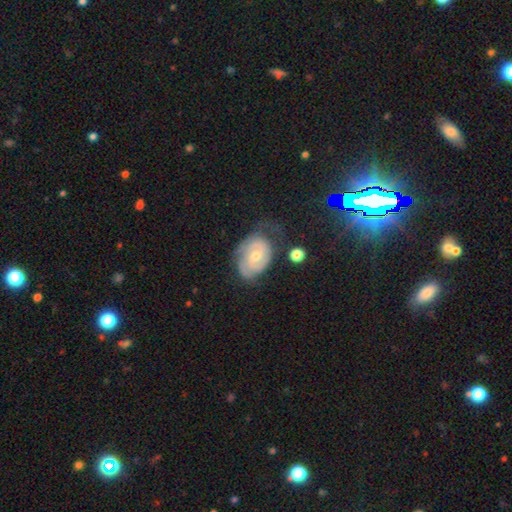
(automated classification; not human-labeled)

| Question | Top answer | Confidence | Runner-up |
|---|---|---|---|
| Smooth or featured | featured or disk | 76% | smooth (16%) |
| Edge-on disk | no | 97% | yes (3%) |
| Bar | no | 57% | weak (35%) |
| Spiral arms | yes | 89% | no (11%) |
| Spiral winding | tight | 65% | medium (27%) |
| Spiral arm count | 2 | 42% | can't tell (32%) |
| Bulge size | moderate | 53% | small (43%) |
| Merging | none | 56% | minor disturbance (29%) |